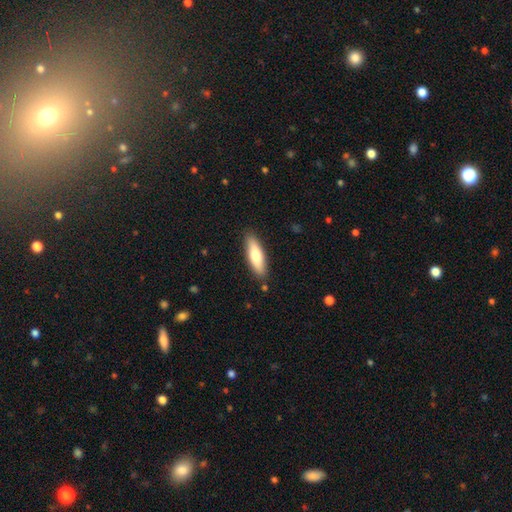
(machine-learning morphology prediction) The model was most divided on "how rounded": cigar-shaped: 58%, in between: 40%, round: 2%. More confident: merging — none (87%); smooth or featured — smooth (73%).